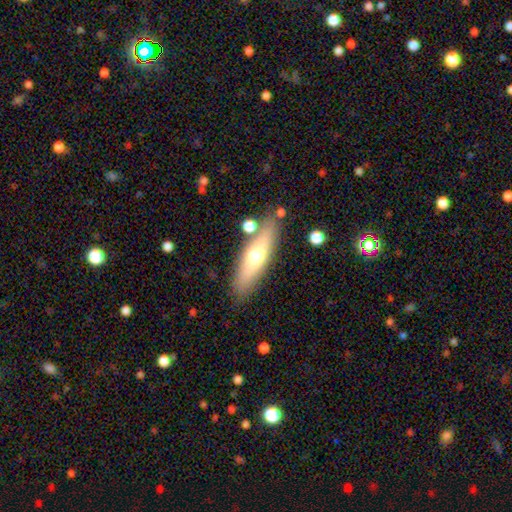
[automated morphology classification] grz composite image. It shows a smooth galaxy with no disk features (55%) that is cigar-shaped (63%). Merging: none (81%).